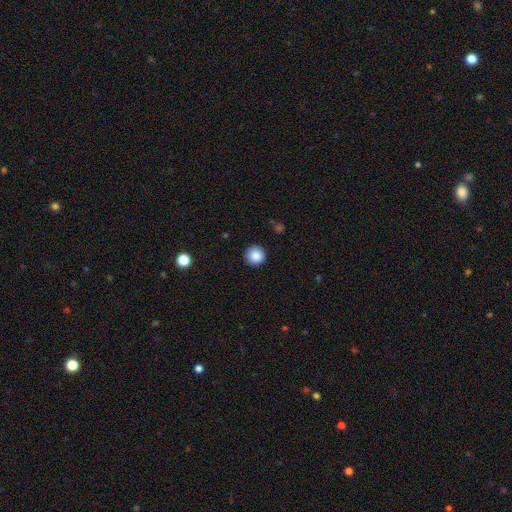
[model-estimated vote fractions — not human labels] Morphology: type=smooth (87%); roundness=round (95%); merging=none (91%).